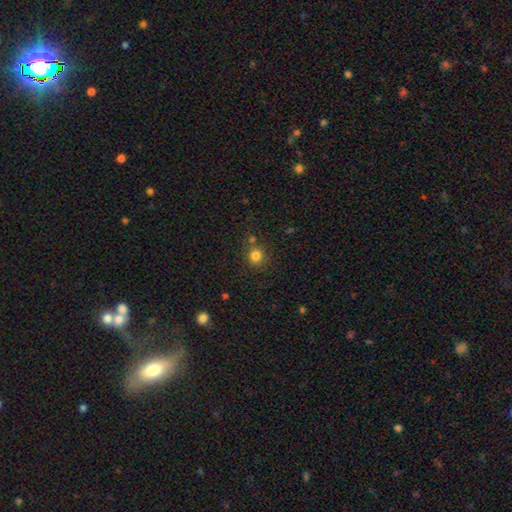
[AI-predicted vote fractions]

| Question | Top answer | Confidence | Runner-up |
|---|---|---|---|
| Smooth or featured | smooth | 81% | star or artifact (14%) |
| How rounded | round | 90% | in between (9%) |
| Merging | none | 77% | merger (11%) |